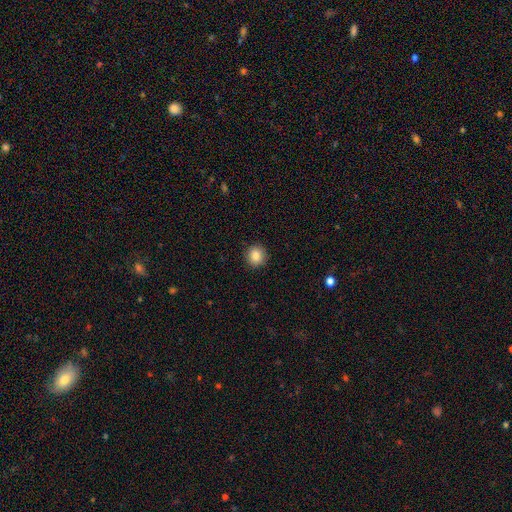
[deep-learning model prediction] A smooth galaxy with no disk features (86%) that is round (90%). Merging: none (91%).